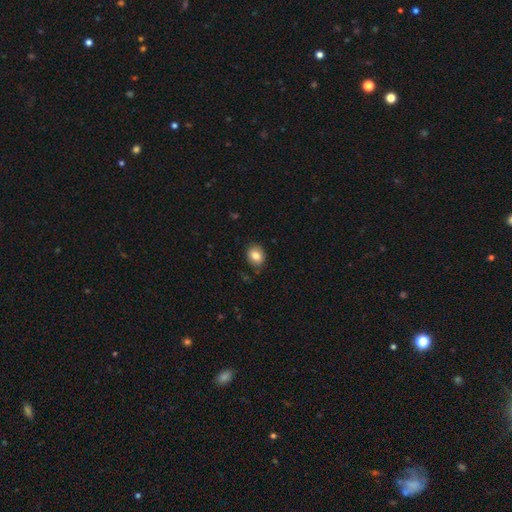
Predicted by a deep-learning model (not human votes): Smooth or featured? smooth (82%)
How rounded? round (53%)
Merging? none (83%)